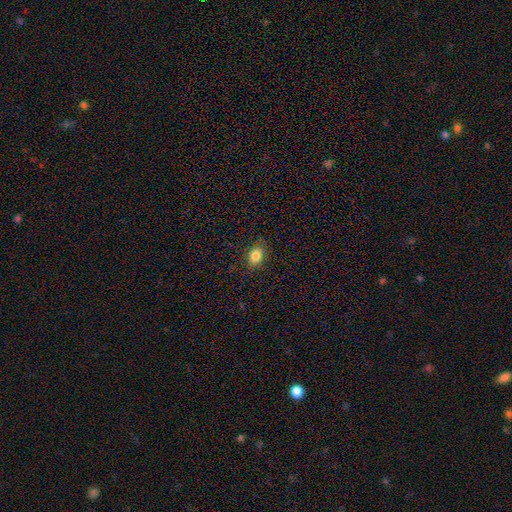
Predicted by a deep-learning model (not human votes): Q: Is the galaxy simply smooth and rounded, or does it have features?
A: smooth — 84%.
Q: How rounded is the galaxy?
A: in between — 66%.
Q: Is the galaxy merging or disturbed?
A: none — 84%.